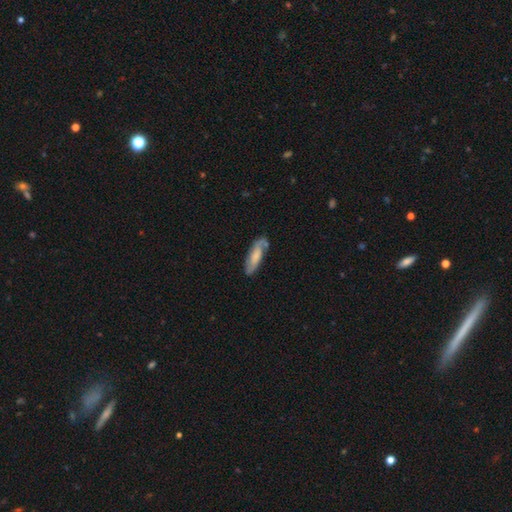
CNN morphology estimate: Smooth or featured: smooth — 49% (featured or disk — 45%)
Merging: none — 70% (minor disturbance — 21%)